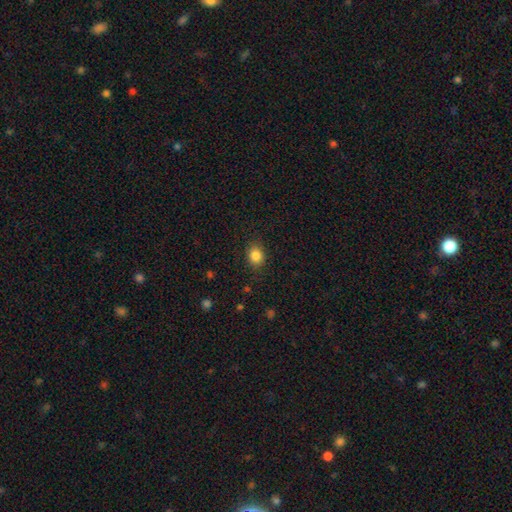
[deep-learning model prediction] Smooth or featured?
  - smooth: 84% *
  - star or artifact: 11%
  - featured or disk: 5%
How rounded?
  - round: 61% *
  - in between: 38%
  - cigar-shaped: 1%
Merging?
  - none: 86% *
  - minor disturbance: 10%
  - major disturbance: 3%
  - merger: 1%